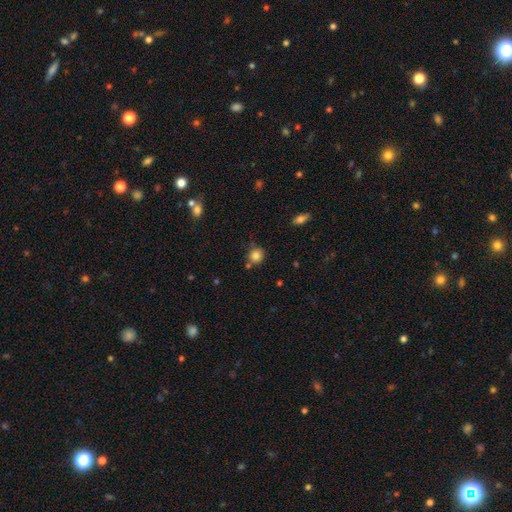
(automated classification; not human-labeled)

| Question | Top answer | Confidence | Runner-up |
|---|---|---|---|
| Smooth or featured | smooth | 82% | star or artifact (11%) |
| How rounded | round | 88% | in between (11%) |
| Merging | none | 73% | minor disturbance (13%) |